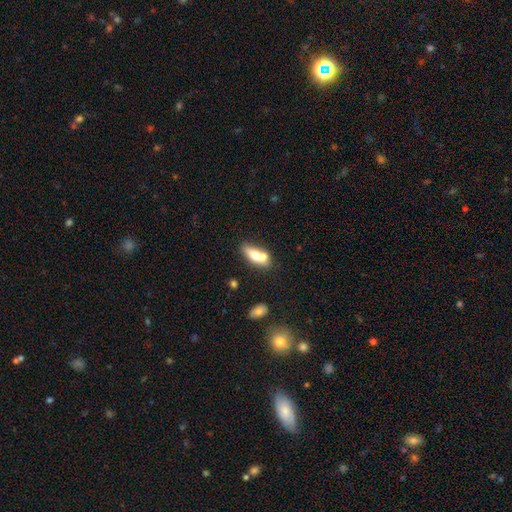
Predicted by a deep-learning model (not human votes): Q: Smooth or featured?
A: smooth (64%); runner-up: featured or disk (28%)
Q: How rounded?
A: in between (71%); runner-up: cigar-shaped (22%)
Q: Merging?
A: merger (45%); runner-up: none (39%)